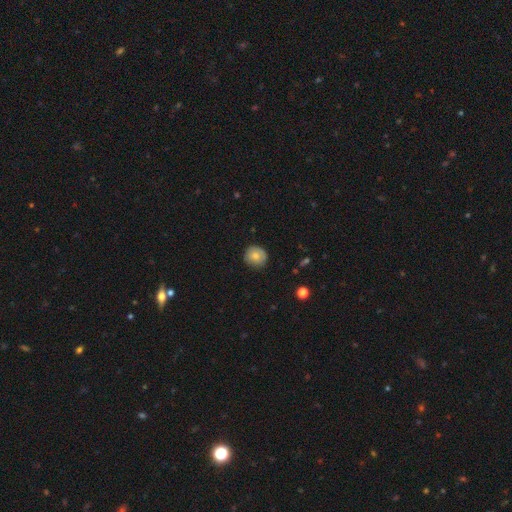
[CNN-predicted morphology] smooth 76%, featured or disk 16%, star or artifact 8%. Down the decision tree: how rounded — round (89%); merging — none (81%).